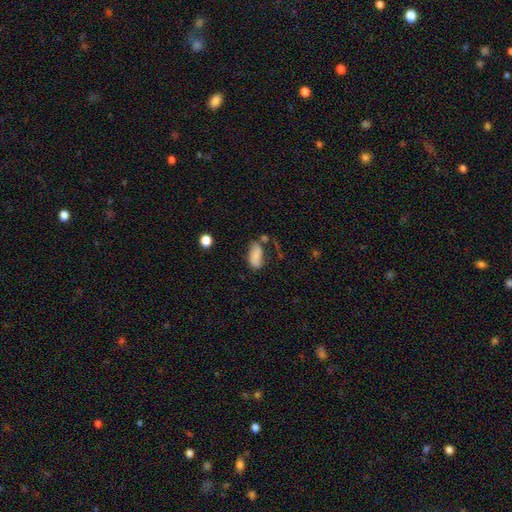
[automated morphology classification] Smooth or featured? Predicted: smooth (p=0.76). How rounded? Predicted: in between (p=0.88). Merging? Predicted: none (p=0.47).